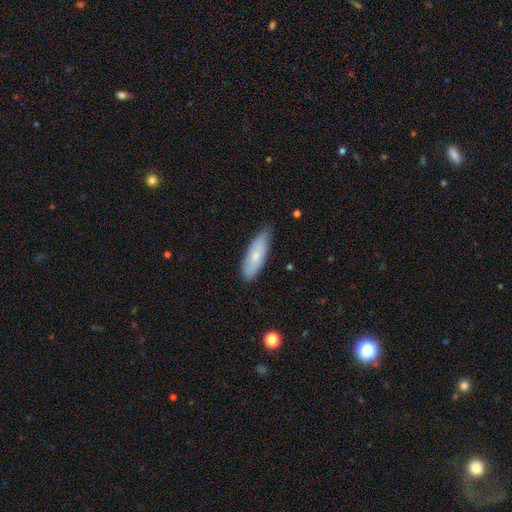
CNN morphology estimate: type=smooth (71%); roundness=in between (61%); merging=none (76%).